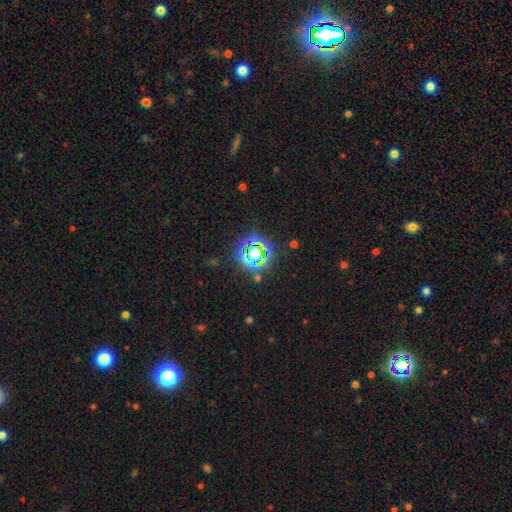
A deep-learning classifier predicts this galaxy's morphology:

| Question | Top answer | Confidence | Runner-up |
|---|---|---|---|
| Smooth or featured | star or artifact | 76% | smooth (16%) |